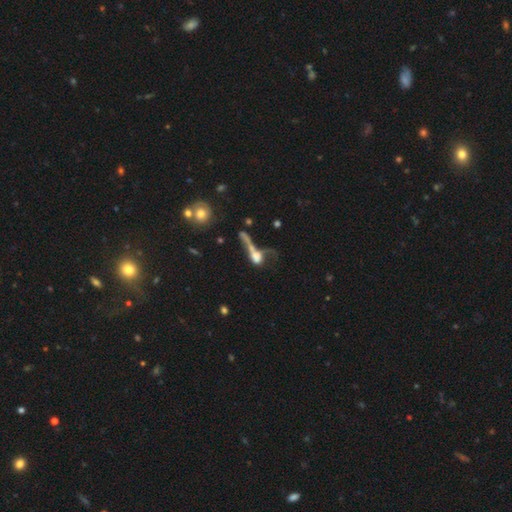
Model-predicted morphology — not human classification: Smooth or featured: smooth — 46% (featured or disk — 39%)
Merging: merger — 42% (major disturbance — 31%)